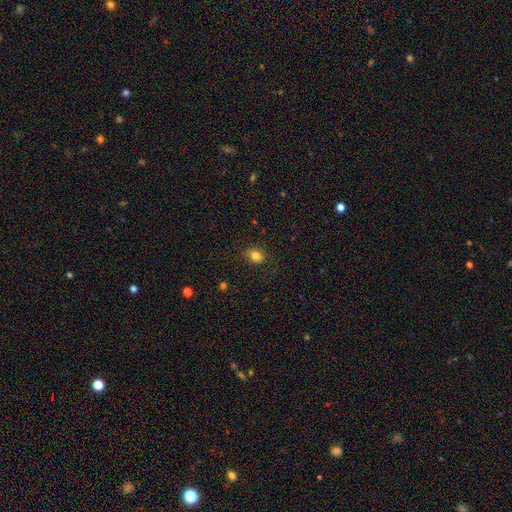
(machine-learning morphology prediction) smooth 82%, star or artifact 12%, featured or disk 7%. Down the decision tree: how rounded — in between (50%); merging — none (83%).